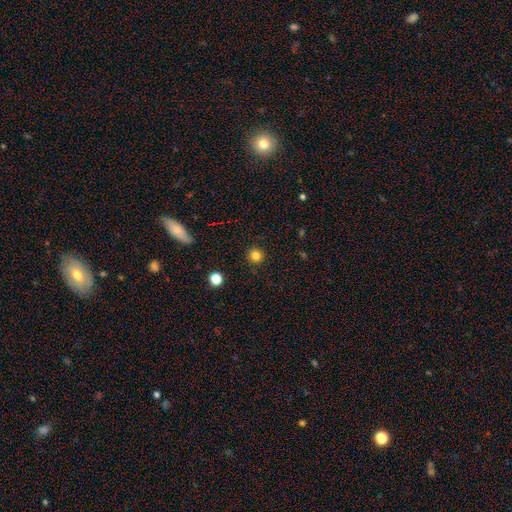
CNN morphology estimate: Smooth or featured: smooth — 82% (star or artifact — 13%)
How rounded: round — 94% (in between — 5%)
Merging: none — 92% (minor disturbance — 5%)